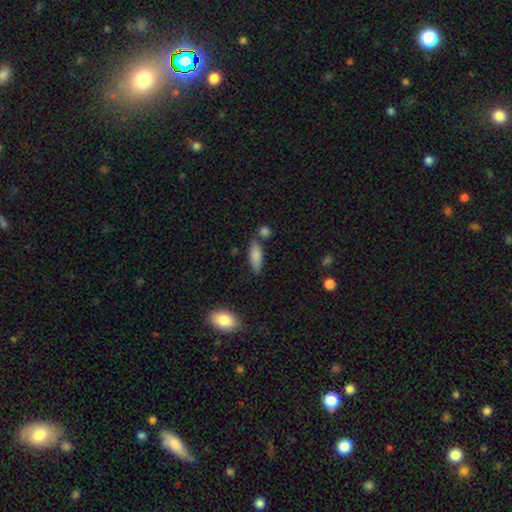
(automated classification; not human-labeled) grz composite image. It shows a smooth galaxy with no disk features (82%) that is in between round and cigar-shaped (65%). Merging: none (66%).